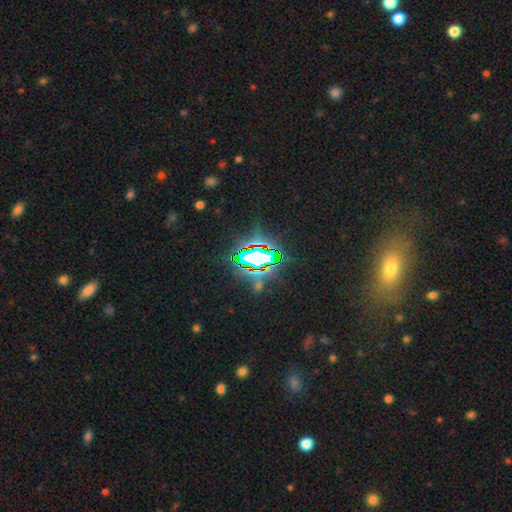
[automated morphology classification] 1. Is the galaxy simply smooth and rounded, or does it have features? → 80% star or artifact, 12% smooth, 8% featured or disk.